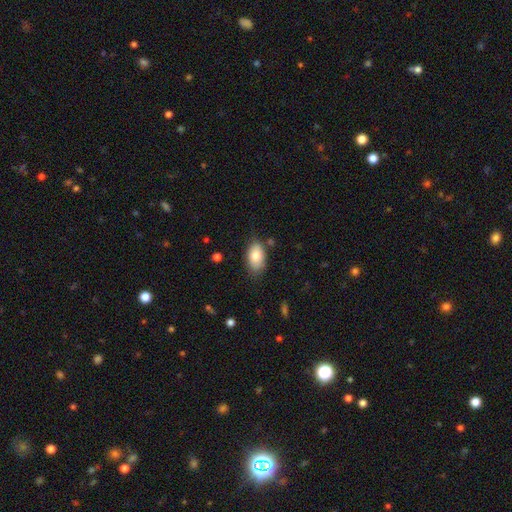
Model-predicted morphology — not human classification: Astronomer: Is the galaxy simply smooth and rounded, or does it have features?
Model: smooth — 80%.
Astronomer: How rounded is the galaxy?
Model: in between — 92%.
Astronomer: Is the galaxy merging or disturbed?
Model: none — 77%.